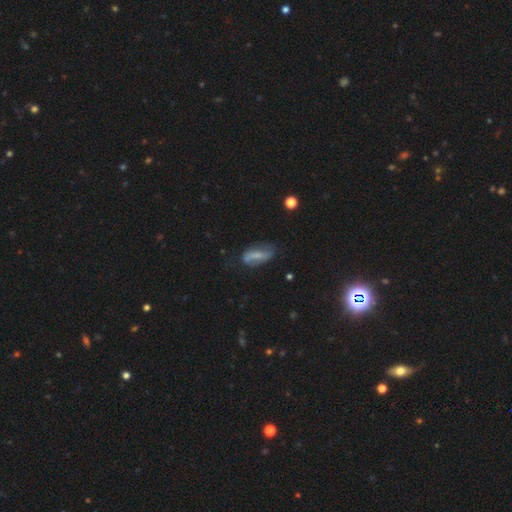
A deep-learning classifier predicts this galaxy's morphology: Smooth or featured? Predicted: smooth (p=0.50). Merging? Predicted: none (p=0.58).